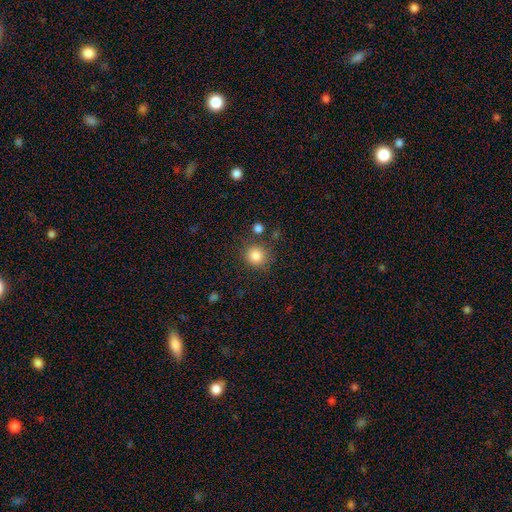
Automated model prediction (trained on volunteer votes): Smooth or featured?
  - smooth: 85% *
  - star or artifact: 11%
  - featured or disk: 5%
How rounded?
  - round: 89% *
  - in between: 10%
  - cigar-shaped: 1%
Merging?
  - none: 80% *
  - minor disturbance: 10%
  - merger: 5%
  - major disturbance: 4%